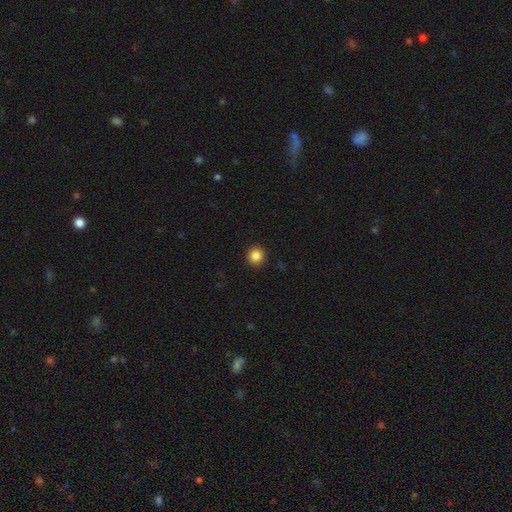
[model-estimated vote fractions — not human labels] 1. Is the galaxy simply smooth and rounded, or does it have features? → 86% smooth, 10% star or artifact, 3% featured or disk.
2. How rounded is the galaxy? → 92% round, 7% in between, 1% cigar-shaped.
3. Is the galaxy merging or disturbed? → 93% none, 5% minor disturbance, 2% major disturbance, 1% merger.